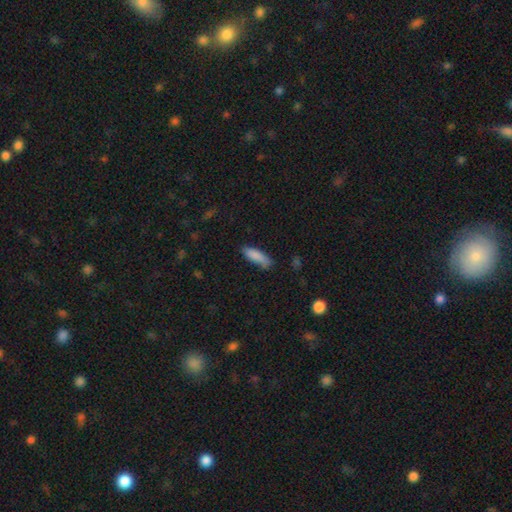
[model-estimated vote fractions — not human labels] Smooth or featured: smooth — 86% (featured or disk — 8%)
How rounded: cigar-shaped — 50% (in between — 48%)
Merging: none — 71% (minor disturbance — 22%)